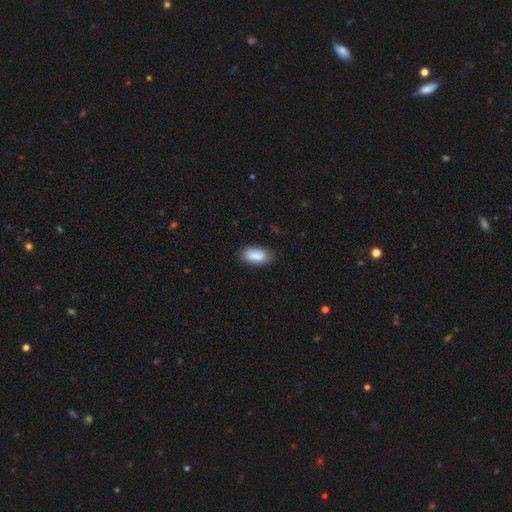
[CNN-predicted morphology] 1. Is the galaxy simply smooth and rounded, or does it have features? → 89% smooth, 6% star or artifact, 5% featured or disk.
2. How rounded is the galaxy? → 92% in between, 6% cigar-shaped, 3% round.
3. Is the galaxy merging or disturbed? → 84% none, 13% minor disturbance, 3% major disturbance, 1% merger.